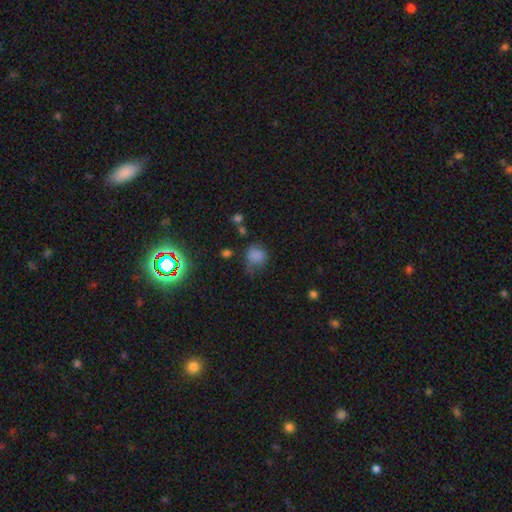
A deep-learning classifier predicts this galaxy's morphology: smooth-or-featured: smooth: 75% | star or artifact: 16% | featured or disk: 9%
  how-rounded: round: 66% | in between: 32% | cigar-shaped: 1%
  merging: none: 49% | minor disturbance: 30% | major disturbance: 16% | merger: 4%